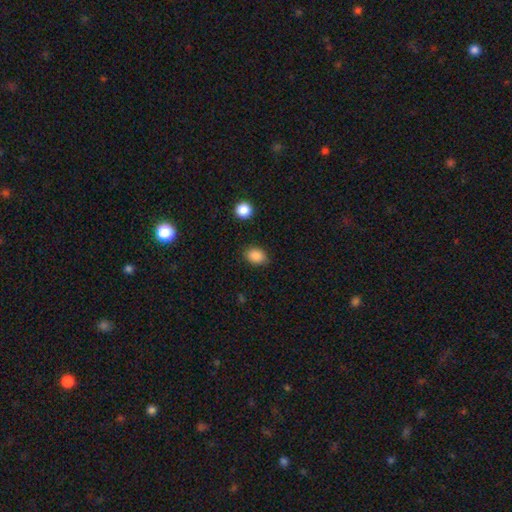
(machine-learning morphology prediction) This is clearly a smooth galaxy (87%). How rounded: likely in between (71%). Merging: clearly none (84%).